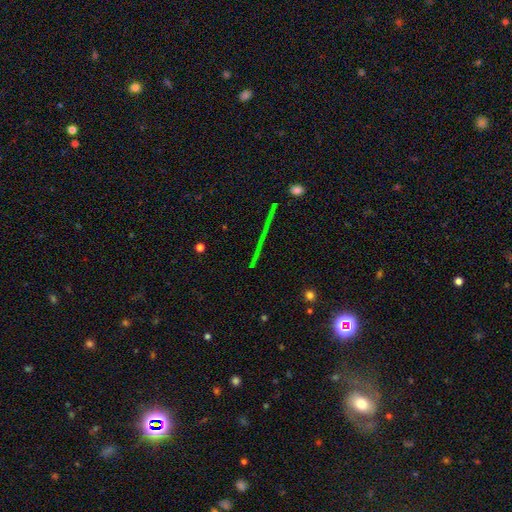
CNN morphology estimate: This is likely a star or artifact rather than a galaxy (61%).